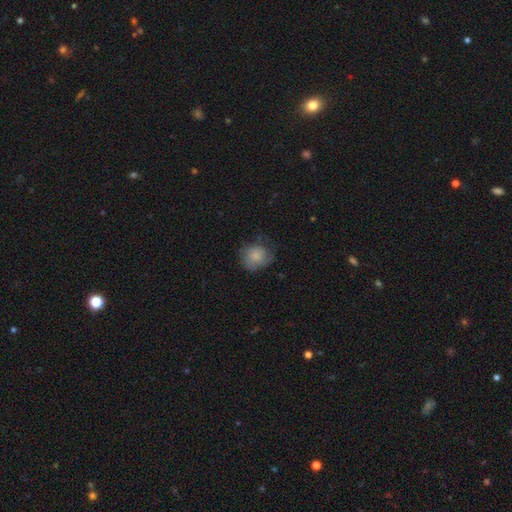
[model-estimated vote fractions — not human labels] This is likely a smooth galaxy (76%). How rounded: likely round (75%). Merging: possibly none (56%).